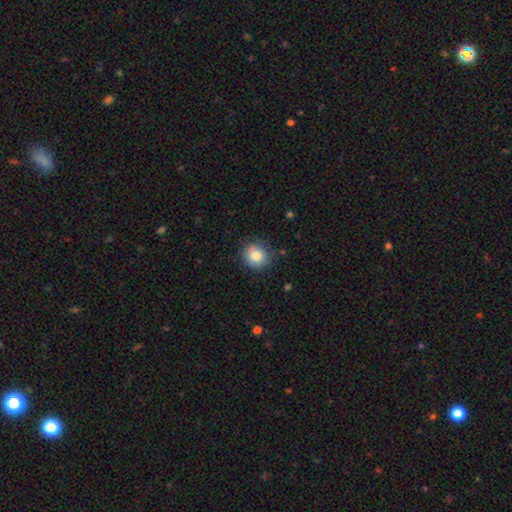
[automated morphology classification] This is clearly a smooth galaxy (84%). How rounded: clearly round (86%). Merging: likely none (80%).